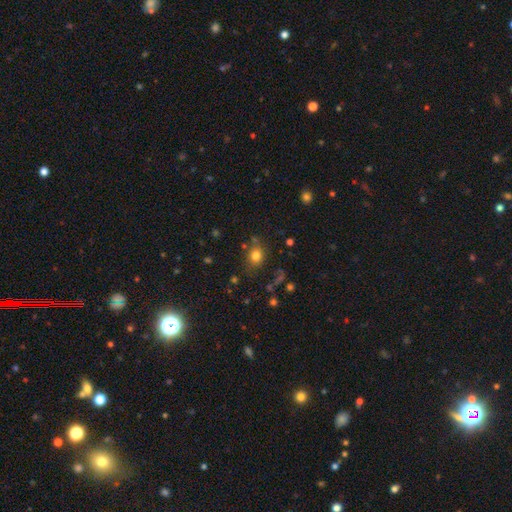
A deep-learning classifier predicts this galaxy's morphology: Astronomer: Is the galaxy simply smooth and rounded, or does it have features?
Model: smooth — 78%.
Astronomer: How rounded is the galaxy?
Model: round — 63%.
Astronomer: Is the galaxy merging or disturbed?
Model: none — 74%.